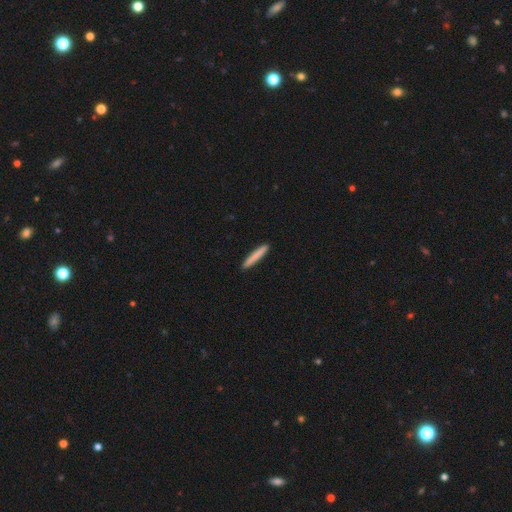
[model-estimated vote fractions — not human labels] Smooth or featured? smooth (83%)
How rounded? cigar-shaped (95%)
Merging? none (92%)